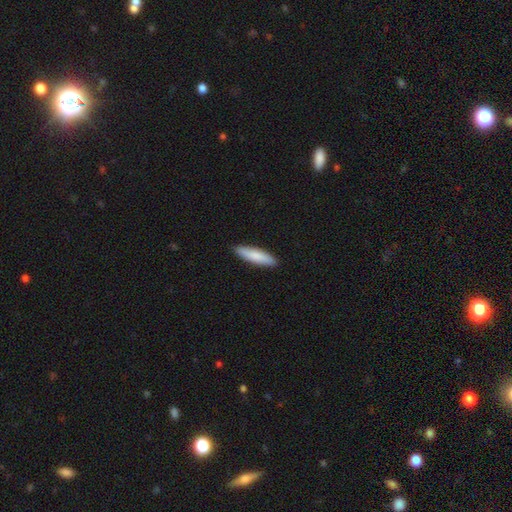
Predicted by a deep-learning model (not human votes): smooth-or-featured: smooth: 83% | featured or disk: 12% | star or artifact: 5%
  how-rounded: cigar-shaped: 75% | in between: 24% | round: 1%
  merging: none: 90% | minor disturbance: 7% | major disturbance: 1% | merger: 1%